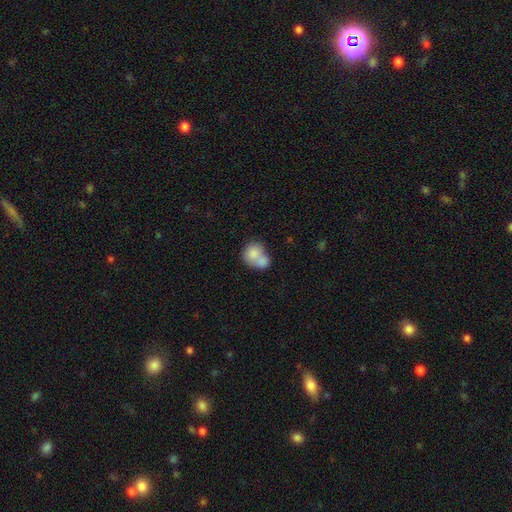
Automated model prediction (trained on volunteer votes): Smooth or featured: smooth — 79% (featured or disk — 14%)
How rounded: round — 62% (in between — 37%)
Merging: merger — 68% (none — 21%)